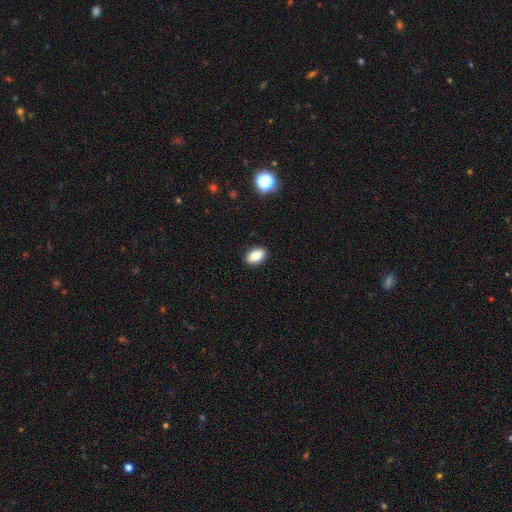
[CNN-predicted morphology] Q: Smooth or featured?
A: smooth (85%); runner-up: star or artifact (9%)
Q: How rounded?
A: in between (88%); runner-up: round (10%)
Q: Merging?
A: none (90%); runner-up: minor disturbance (7%)